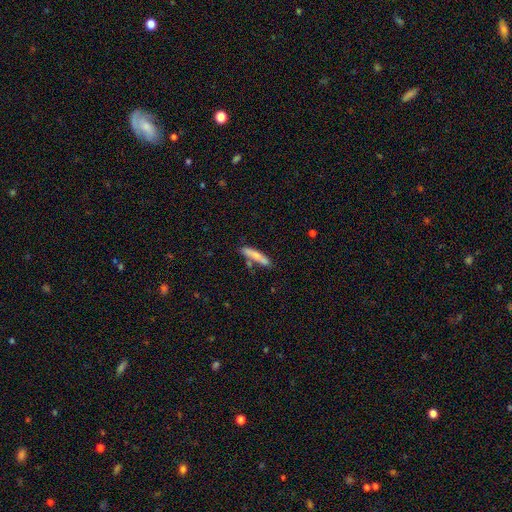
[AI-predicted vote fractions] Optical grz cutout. It shows a smooth galaxy with no disk features (74%) that is cigar-shaped (87%). Merging: none (71%).